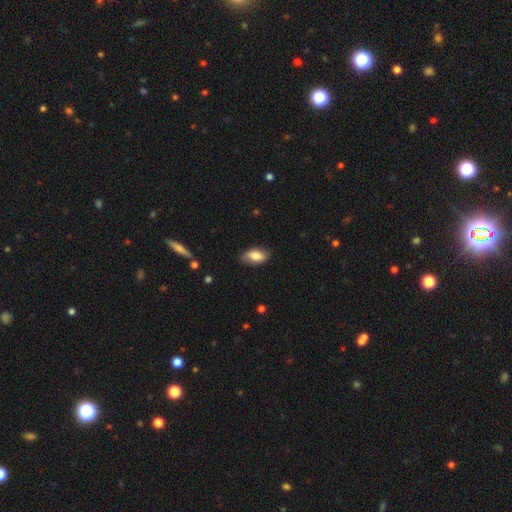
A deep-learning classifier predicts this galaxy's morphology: A smooth galaxy with no disk features (82%) that is in between round and cigar-shaped (92%). Merging: none (79%).